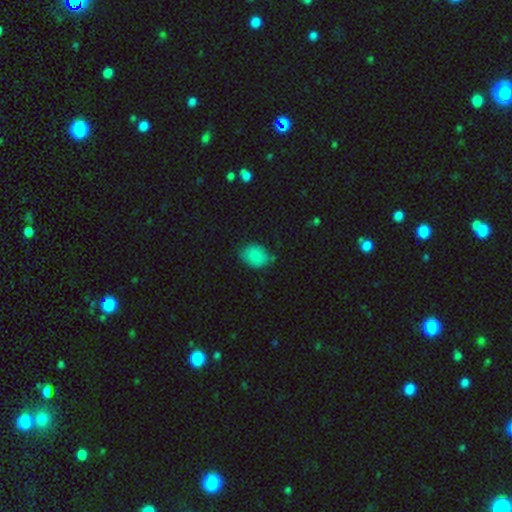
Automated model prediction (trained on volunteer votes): Morphology: type=smooth (83%); roundness=in between (51%); merging=none (68%).